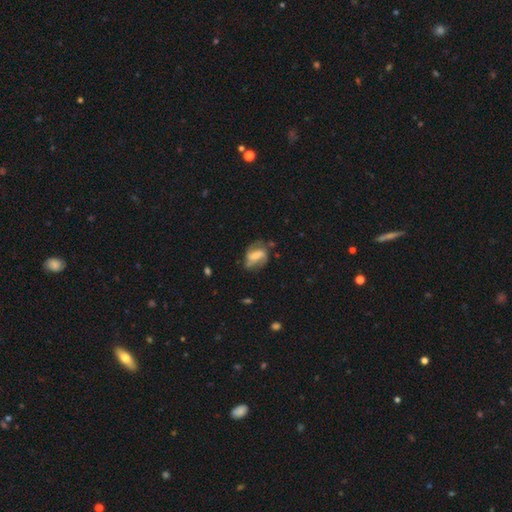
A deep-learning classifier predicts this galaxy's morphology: smooth_or_featured: featured or disk (p=0.60) [alt: smooth p=0.32]
disk_edge_on: no (p=0.96) [alt: yes p=0.04]
bar: weak (p=0.38) [alt: strong p=0.35]
has_spiral_arms: yes (p=0.79) [alt: no p=0.21]
bulge_size: moderate (p=0.29) [tied with: small p=0.29]
merging: none (p=0.50) [alt: minor disturbance p=0.26]